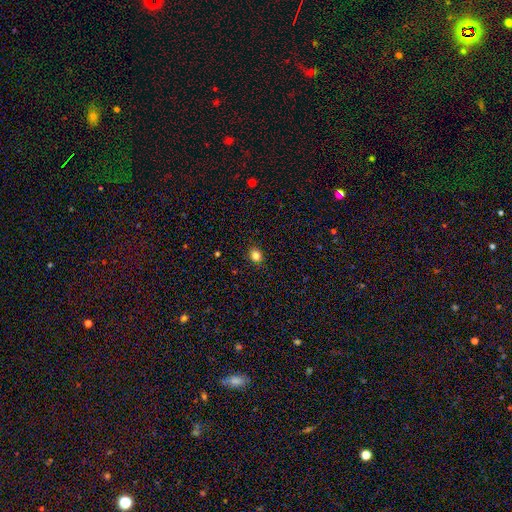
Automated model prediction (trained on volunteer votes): smooth-or-featured: smooth: 83% | star or artifact: 12% | featured or disk: 5%
  how-rounded: round: 60% | in between: 39% | cigar-shaped: 1%
  merging: none: 89% | minor disturbance: 8% | major disturbance: 2% | merger: 1%